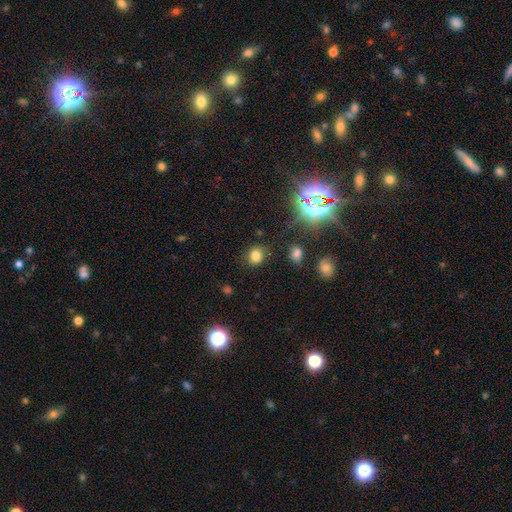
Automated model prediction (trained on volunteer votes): Smooth or featured? smooth (77%)
How rounded? round (71%)
Merging? none (82%)